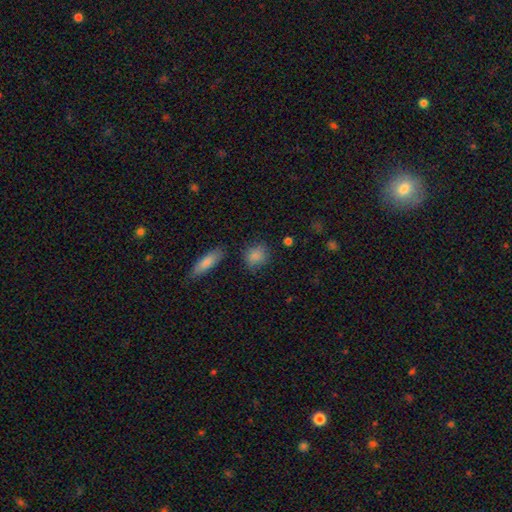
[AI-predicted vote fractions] smooth-or-featured: smooth: 83% | star or artifact: 10% | featured or disk: 7%
  how-rounded: round: 72% | in between: 25% | cigar-shaped: 3%
  merging: none: 78% | minor disturbance: 14% | merger: 4% | major disturbance: 4%